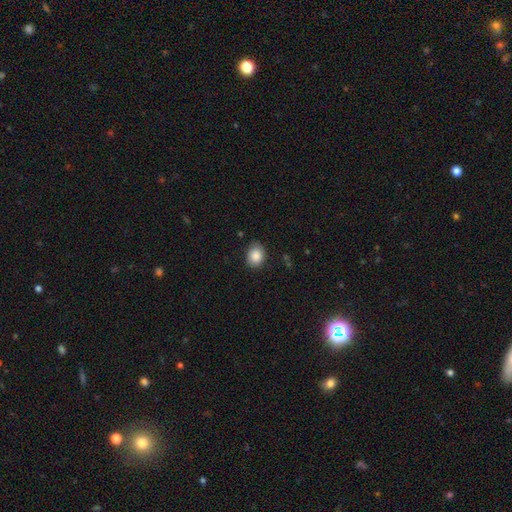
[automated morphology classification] smooth 86%, star or artifact 8%, featured or disk 5%. Down the decision tree: how rounded — round (55%); merging — none (80%).